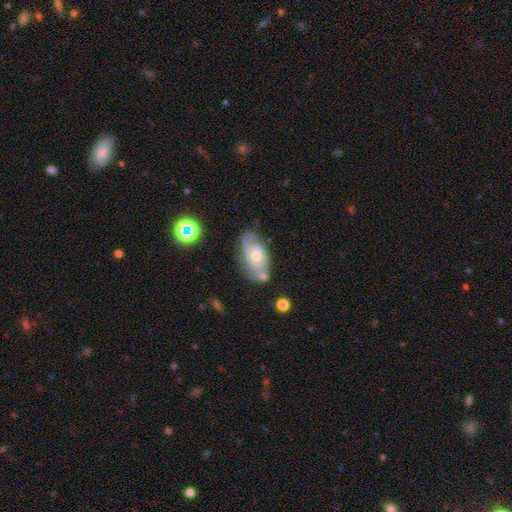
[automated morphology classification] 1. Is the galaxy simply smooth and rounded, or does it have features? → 71% featured or disk, 21% smooth, 7% star or artifact.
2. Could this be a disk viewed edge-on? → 94% no, 6% yes.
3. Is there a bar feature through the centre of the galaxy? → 71% no, 25% weak, 4% strong.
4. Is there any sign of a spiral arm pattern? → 89% yes, 11% no.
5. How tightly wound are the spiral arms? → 42% medium, 38% tight, 19% loose.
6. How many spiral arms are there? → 51% 2, 24% can't tell, 12% 1, 9% 3, 2% 4, 2% more than 4.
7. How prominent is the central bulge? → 51% small, 44% moderate, 3% large, 2% none, 1% dominant.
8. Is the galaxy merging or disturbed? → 57% none, 23% minor disturbance, 10% major disturbance, 9% merger.